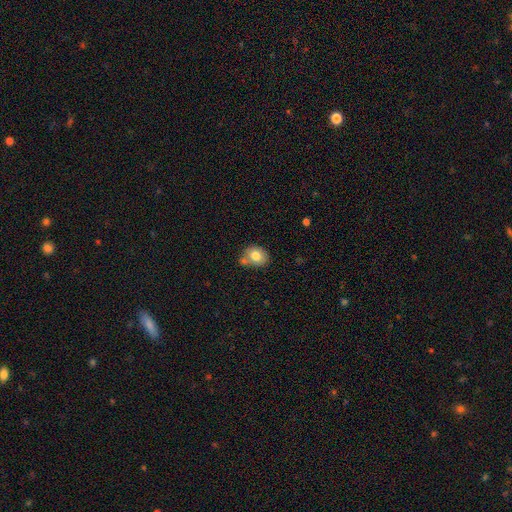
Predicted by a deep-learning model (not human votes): smooth_or_featured: smooth (p=0.78) [alt: featured or disk p=0.13]
how_rounded: round (p=0.53) [alt: in between p=0.46]
merging: none (p=0.56) [alt: merger p=0.21]